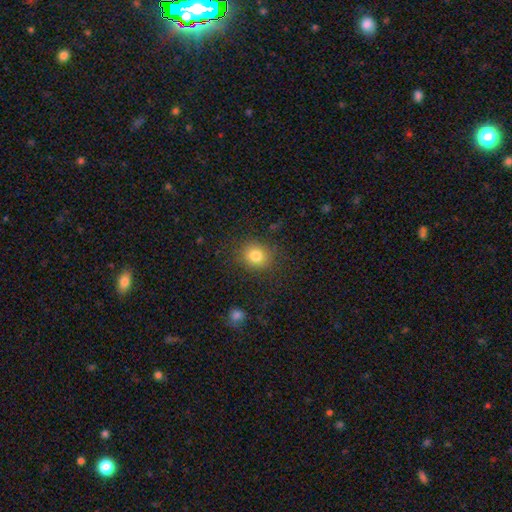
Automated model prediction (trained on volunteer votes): A smooth galaxy with no disk features (81%) that is round (81%).

Vote fractions:
- Smooth or featured? smooth: 81% / star or artifact: 12% / featured or disk: 7%
- How rounded? round: 81% / in between: 18% / cigar-shaped: 1%
- Merging? none: 86% / minor disturbance: 9% / major disturbance: 4% / merger: 1%